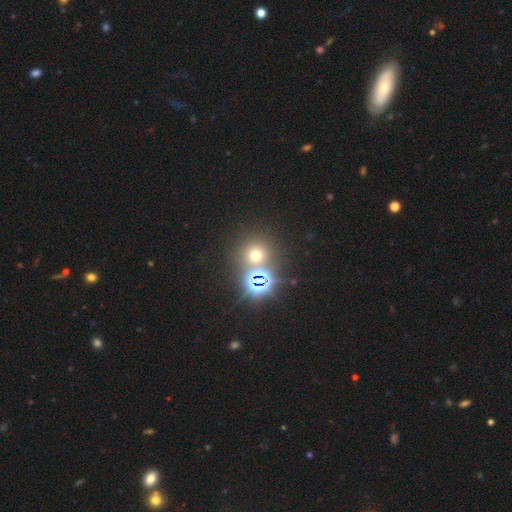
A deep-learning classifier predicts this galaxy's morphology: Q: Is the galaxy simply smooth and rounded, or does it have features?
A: smooth — 51%.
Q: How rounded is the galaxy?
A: round — 91%.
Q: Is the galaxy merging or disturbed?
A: none — 73%.